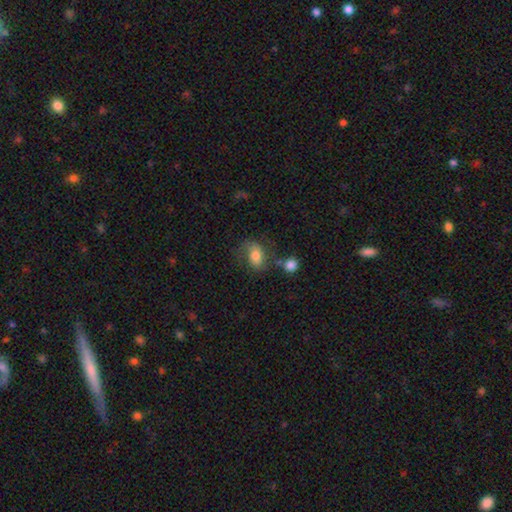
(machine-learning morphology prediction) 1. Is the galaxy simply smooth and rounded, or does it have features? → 60% smooth, 31% featured or disk, 9% star or artifact.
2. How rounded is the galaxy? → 72% in between, 27% round, 2% cigar-shaped.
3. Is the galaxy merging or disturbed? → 51% none, 24% minor disturbance, 15% major disturbance, 10% merger.